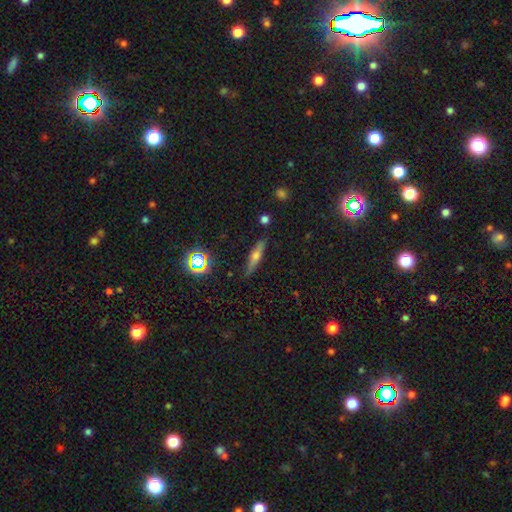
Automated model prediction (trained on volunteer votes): Q: Smooth or featured?
A: featured or disk (49%); runner-up: smooth (39%)
Q: Merging?
A: none (87%); runner-up: minor disturbance (9%)